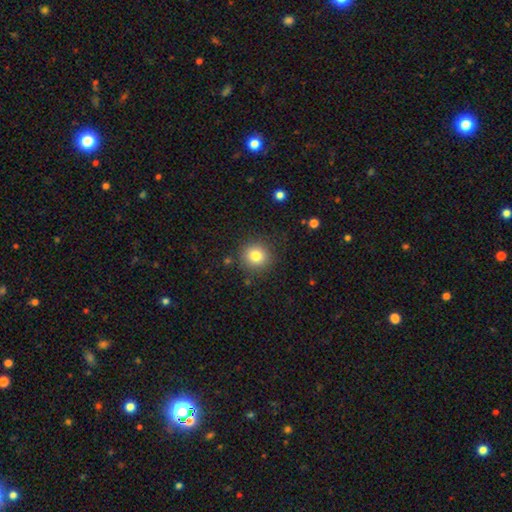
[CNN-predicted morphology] The model was most divided on "smooth or featured": smooth: 81%, star or artifact: 11%, featured or disk: 7%. More confident: how rounded — round (93%); merging — none (88%).